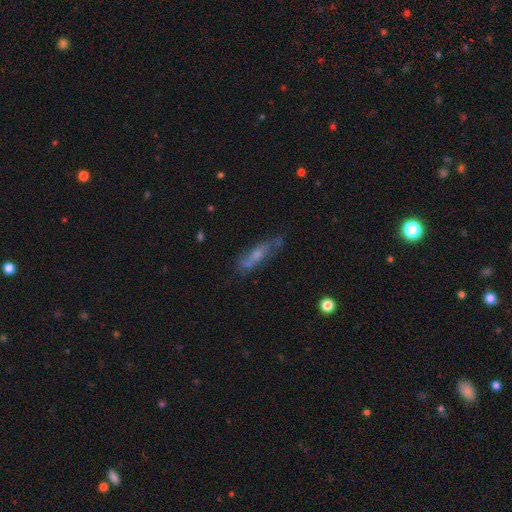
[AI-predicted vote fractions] The model was most divided on "smooth or featured": featured or disk: 50%, smooth: 39%, star or artifact: 11%. More confident: merging — none (61%).